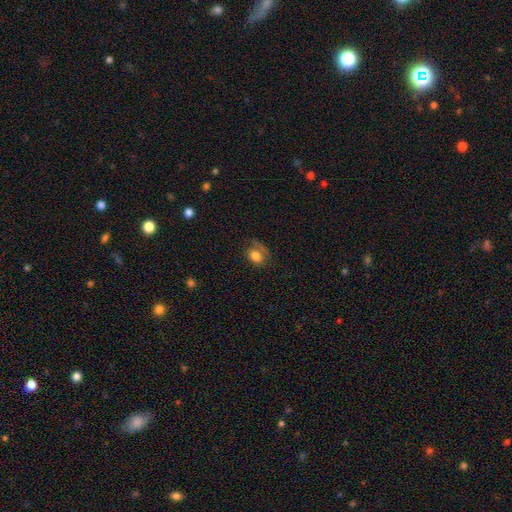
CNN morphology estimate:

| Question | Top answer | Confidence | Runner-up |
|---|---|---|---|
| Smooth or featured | smooth | 76% | featured or disk (13%) |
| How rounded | in between | 59% | round (40%) |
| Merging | none | 55% | minor disturbance (25%) |